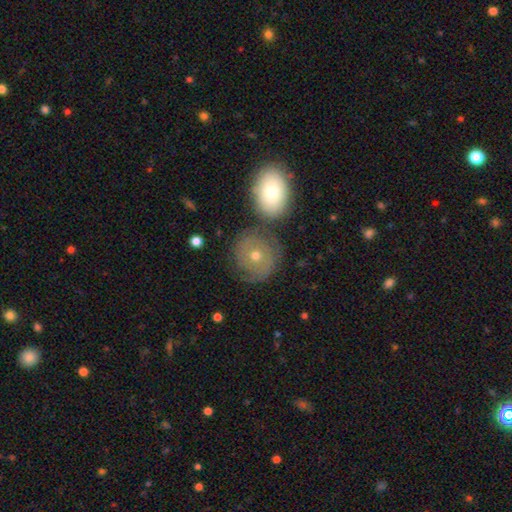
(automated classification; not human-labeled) A featured or disk galaxy (52%) with no bar (84%), spiral arms (72%) and a moderate central bulge (52%). Merging: none (68%).